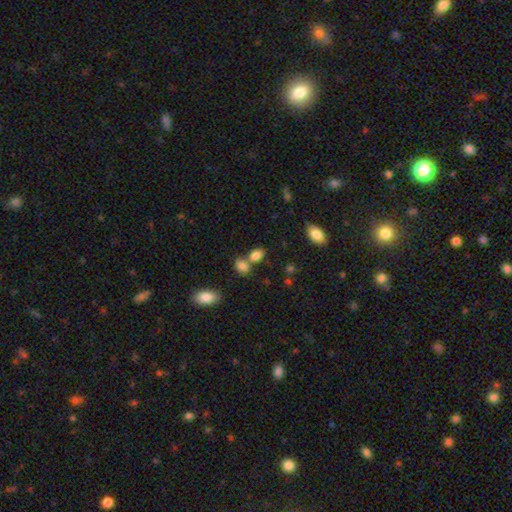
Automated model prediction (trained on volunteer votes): smooth_or_featured: smooth (p=0.82) [alt: star or artifact p=0.11]
how_rounded: in between (p=0.78) [alt: round p=0.20]
merging: none (p=0.49) [alt: merger p=0.36]